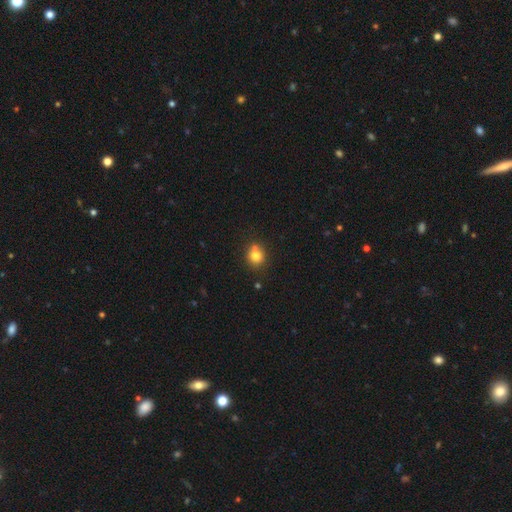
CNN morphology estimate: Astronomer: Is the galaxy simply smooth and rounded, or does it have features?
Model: smooth — 79%.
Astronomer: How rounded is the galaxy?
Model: round — 84%.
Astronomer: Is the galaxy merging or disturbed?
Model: none — 66%.